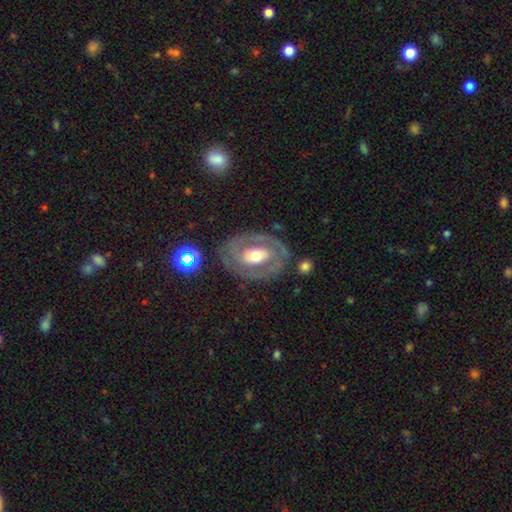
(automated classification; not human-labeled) featured or disk 72%, smooth 22%, star or artifact 5%. Down the decision tree: edge-on disk — no (95%); bar — no (52%); spiral arms — yes (55%); bulge size — moderate (64%); merging — none (76%).